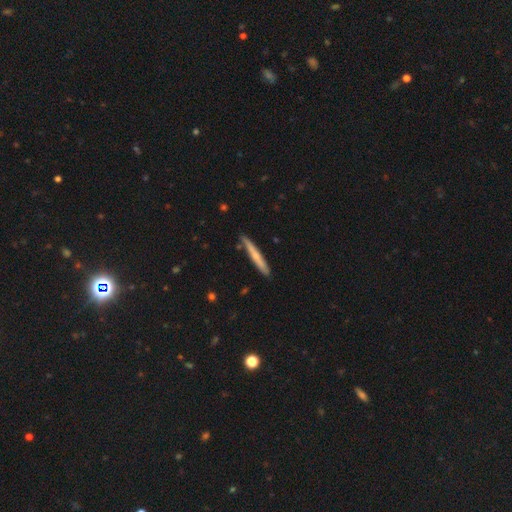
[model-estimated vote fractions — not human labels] Overall: smooth (53%; featured or disk 42%). How rounded: cigar-shaped (95%). Merging: none (84%).